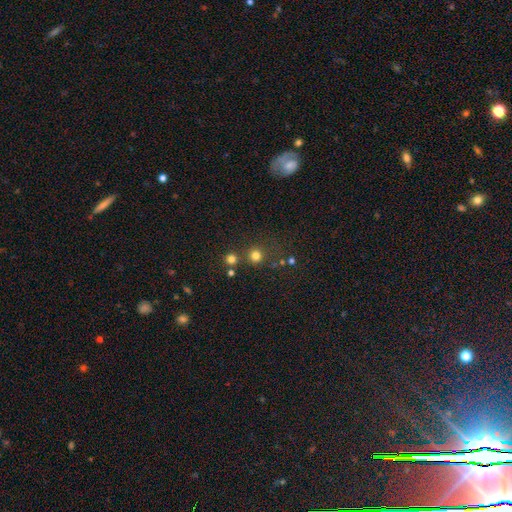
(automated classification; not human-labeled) Q: Smooth or featured?
A: smooth (76%); runner-up: star or artifact (18%)
Q: How rounded?
A: round (92%); runner-up: in between (7%)
Q: Merging?
A: none (76%); runner-up: merger (13%)